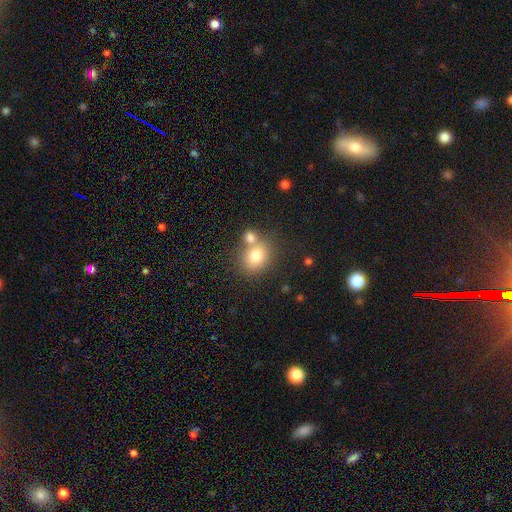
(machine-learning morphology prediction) type=smooth (78%); roundness=round (59%); merging=none (46%).